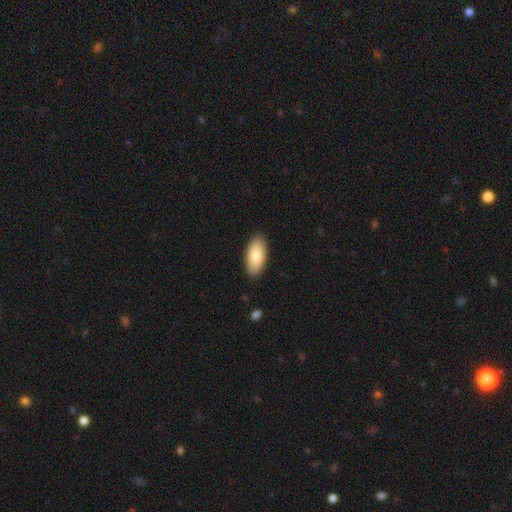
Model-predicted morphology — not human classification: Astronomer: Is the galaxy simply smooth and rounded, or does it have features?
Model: smooth — 83%.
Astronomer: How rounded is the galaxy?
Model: in between — 92%.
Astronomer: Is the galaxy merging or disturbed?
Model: none — 89%.